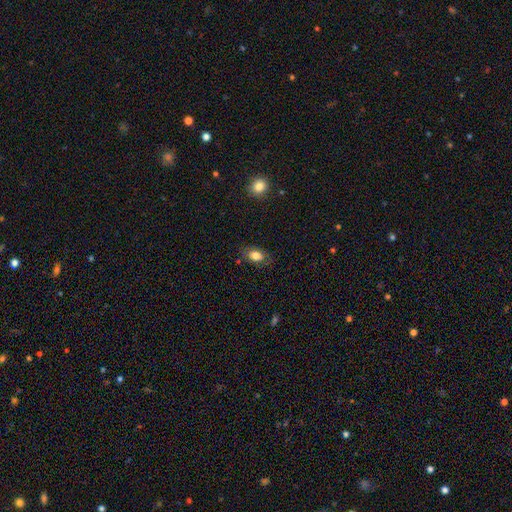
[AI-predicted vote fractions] Smooth or featured: smooth — 79% (featured or disk — 13%)
How rounded: in between — 87% (round — 10%)
Merging: none — 78% (minor disturbance — 16%)